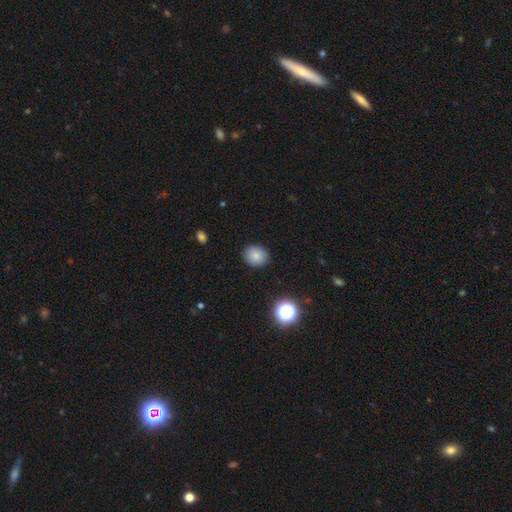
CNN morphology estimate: type=smooth (83%); roundness=round (69%); merging=none (88%).